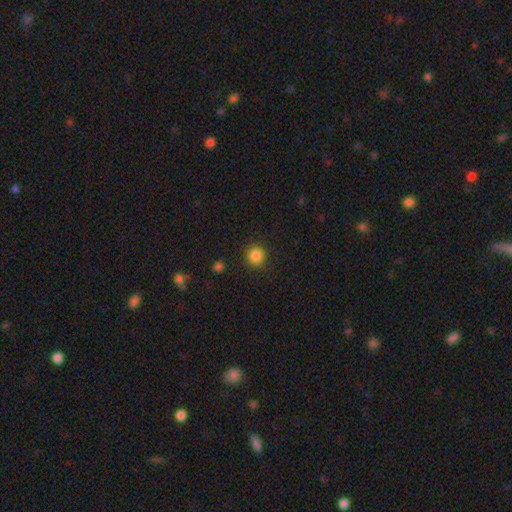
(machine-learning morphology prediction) Smooth or featured: smooth — 85% (star or artifact — 11%)
How rounded: round — 92% (in between — 7%)
Merging: none — 90% (minor disturbance — 6%)